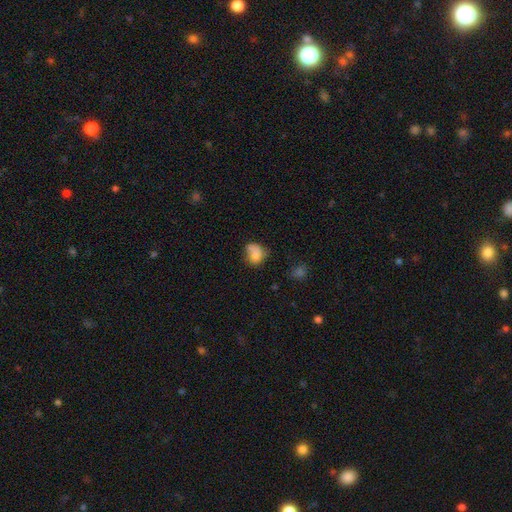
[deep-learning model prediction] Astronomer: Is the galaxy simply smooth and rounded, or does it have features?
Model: smooth — 75%.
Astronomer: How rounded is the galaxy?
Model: round — 57% (runner-up: in between, 42%).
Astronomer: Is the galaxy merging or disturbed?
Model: none — 42% (runner-up: minor disturbance, 30%).